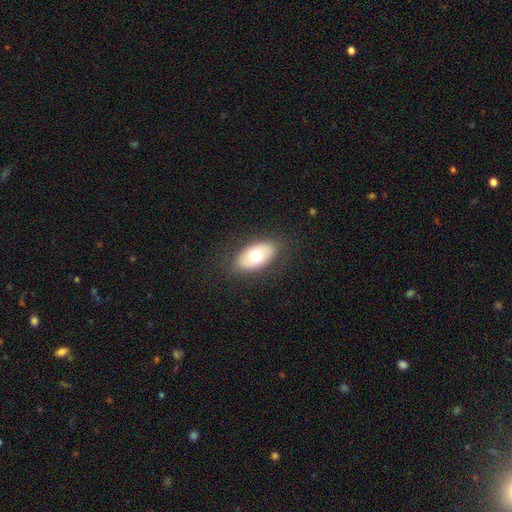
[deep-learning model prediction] smooth_or_featured: smooth (p=0.66) [alt: featured or disk p=0.27]
how_rounded: in between (p=0.93) [alt: round p=0.06]
merging: none (p=0.85) [alt: minor disturbance p=0.11]